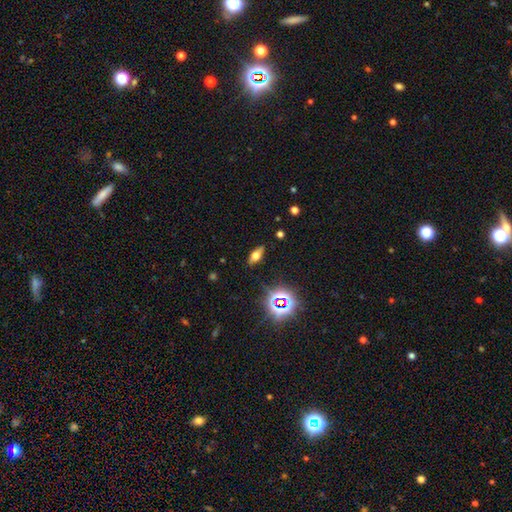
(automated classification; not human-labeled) Smooth or featured? smooth (47%)
Merging? none (84%)